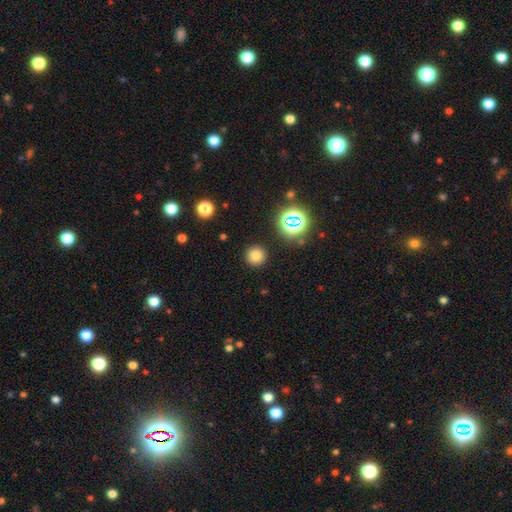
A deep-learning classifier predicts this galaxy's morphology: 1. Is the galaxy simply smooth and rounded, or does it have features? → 76% smooth, 18% star or artifact, 5% featured or disk.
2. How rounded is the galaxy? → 95% round, 4% in between, 1% cigar-shaped.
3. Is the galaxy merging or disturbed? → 90% none, 6% minor disturbance, 3% major disturbance, 2% merger.